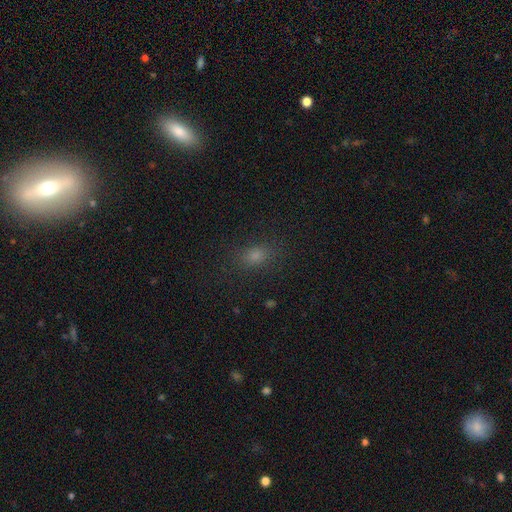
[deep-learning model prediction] smooth_or_featured: smooth (p=0.75) [alt: star or artifact p=0.18]
how_rounded: in between (p=0.66) [alt: round p=0.30]
merging: none (p=0.82) [alt: minor disturbance p=0.12]